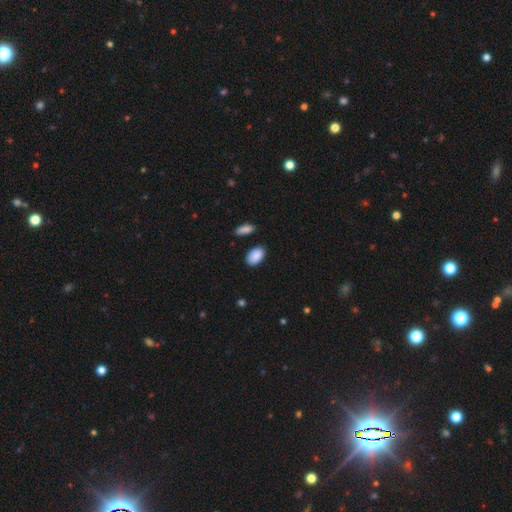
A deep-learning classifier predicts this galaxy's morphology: A smooth galaxy with no disk features (90%) that is in between round and cigar-shaped (93%). Merging: none (84%).